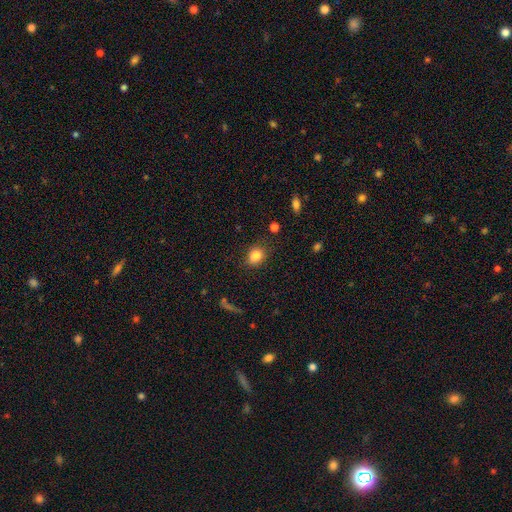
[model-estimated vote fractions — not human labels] Q: Smooth or featured?
A: smooth (84%); runner-up: star or artifact (10%)
Q: How rounded?
A: in between (63%); runner-up: round (36%)
Q: Merging?
A: none (74%); runner-up: minor disturbance (17%)